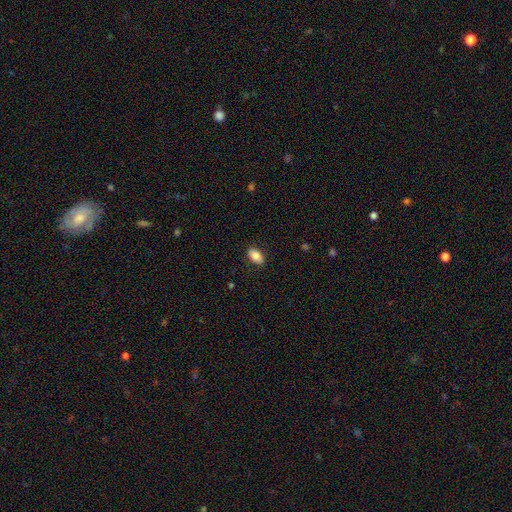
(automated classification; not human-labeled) smooth_or_featured: smooth (p=0.85) [alt: featured or disk p=0.08]
how_rounded: in between (p=0.92) [alt: round p=0.06]
merging: none (p=0.88) [alt: minor disturbance p=0.09]